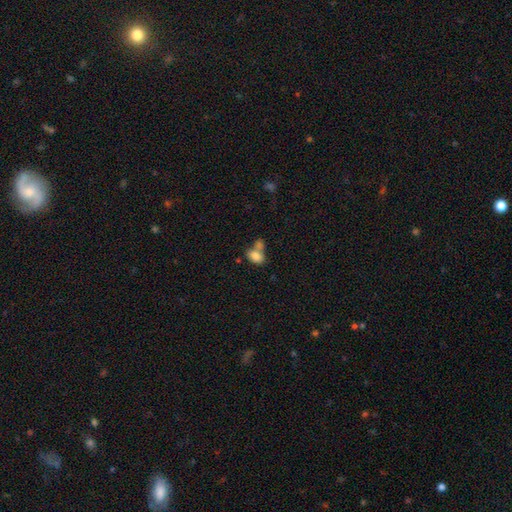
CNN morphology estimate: This is clearly a smooth galaxy (82%). How rounded: clearly in between (83%). Merging: possibly merger (47%).